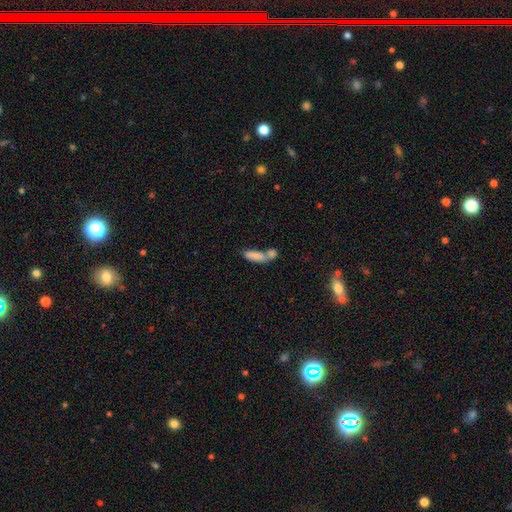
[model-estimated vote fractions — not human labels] A smooth galaxy with no disk features (79%) that is in between round and cigar-shaped (58%). Merging: merger (58%).